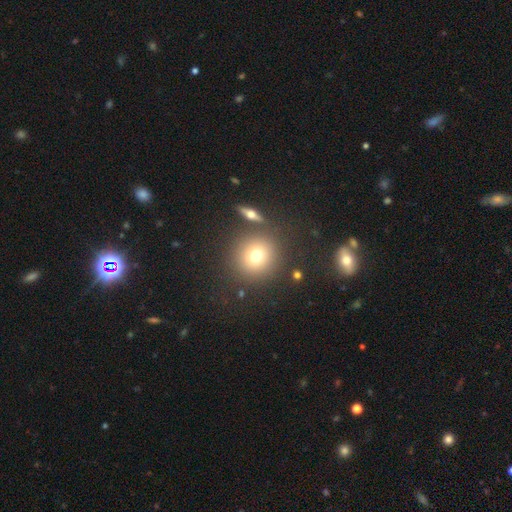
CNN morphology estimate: Q: Smooth or featured?
A: smooth (72%); runner-up: star or artifact (14%)
Q: How rounded?
A: round (91%); runner-up: in between (8%)
Q: Merging?
A: none (81%); runner-up: minor disturbance (8%)